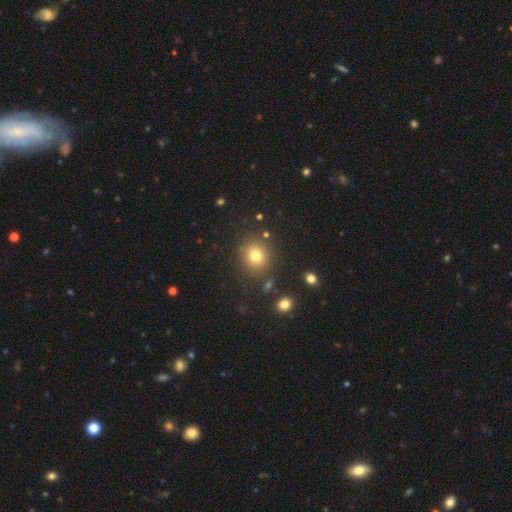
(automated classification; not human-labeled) Overall: smooth (77%). How rounded: round (87%). Merging: none (85%).